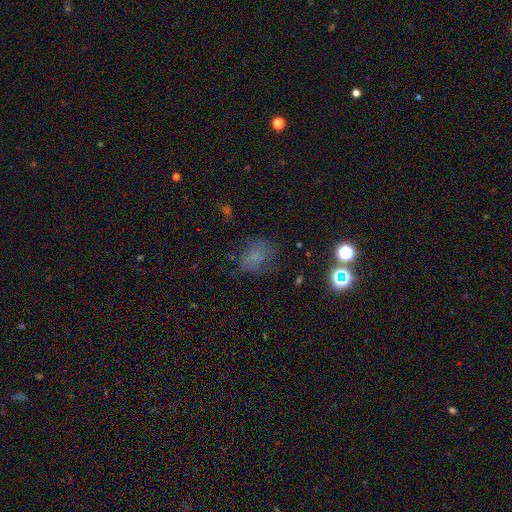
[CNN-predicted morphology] A smooth galaxy with no disk features (58%) that is in between round and cigar-shaped (54%).

Vote fractions:
- Smooth or featured? smooth: 58% / star or artifact: 22% / featured or disk: 20%
- How rounded? in between: 54% / round: 45% / cigar-shaped: 1%
- Merging? none: 59% / minor disturbance: 24% / major disturbance: 15% / merger: 2%